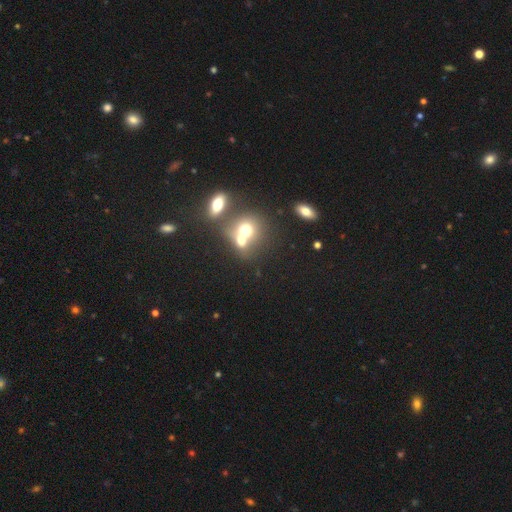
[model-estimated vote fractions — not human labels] Q: Smooth or featured?
A: smooth (43%); runner-up: star or artifact (37%)
Q: Merging?
A: none (45%); runner-up: merger (39%)